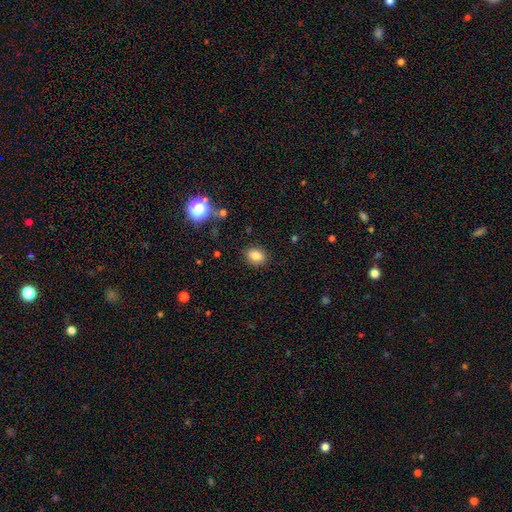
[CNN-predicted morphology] Overall: smooth (82%). How rounded: in between (61%; round 38%). Merging: none (87%).